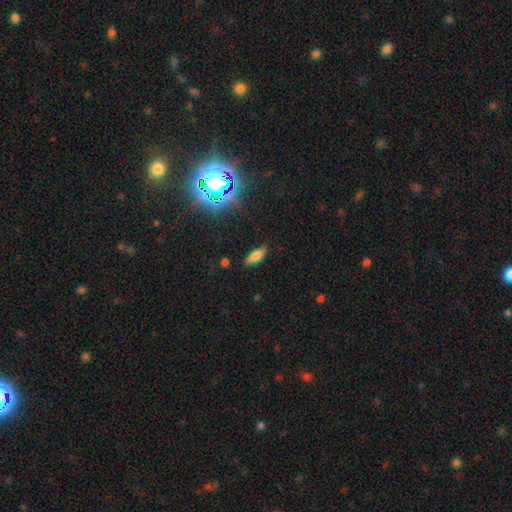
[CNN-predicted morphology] This is likely a smooth galaxy (70%). How rounded: likely in between (66%). Merging: clearly none (83%).